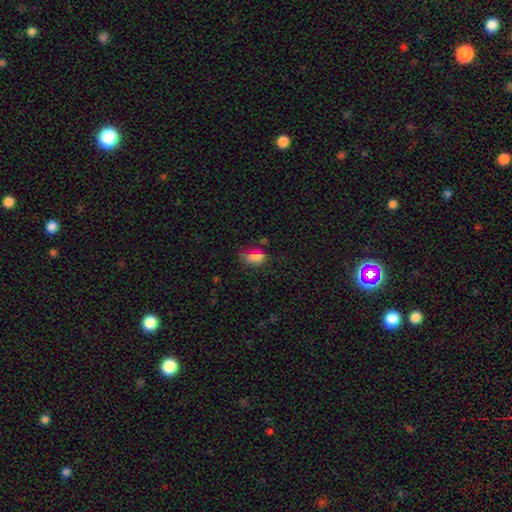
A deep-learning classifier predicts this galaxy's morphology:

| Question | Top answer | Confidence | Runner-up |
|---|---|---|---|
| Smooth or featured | smooth | 71% | star or artifact (20%) |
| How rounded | in between | 85% | round (8%) |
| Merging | none | 68% | minor disturbance (21%) |